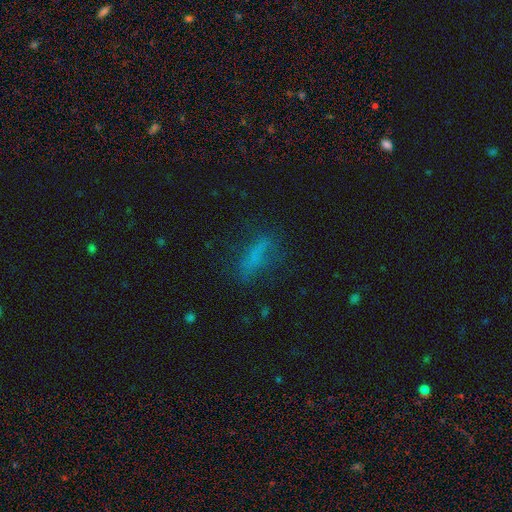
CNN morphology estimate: Smooth or featured? Predicted: smooth (p=0.62). How rounded? Predicted: cigar-shaped (p=0.53). Merging? Predicted: none (p=0.63).